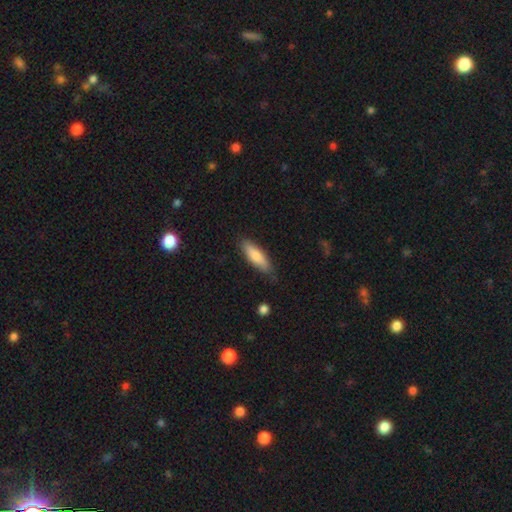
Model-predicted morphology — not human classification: Q: Smooth or featured?
A: smooth (78%); runner-up: featured or disk (16%)
Q: How rounded?
A: cigar-shaped (51%); runner-up: in between (47%)
Q: Merging?
A: none (80%); runner-up: minor disturbance (16%)